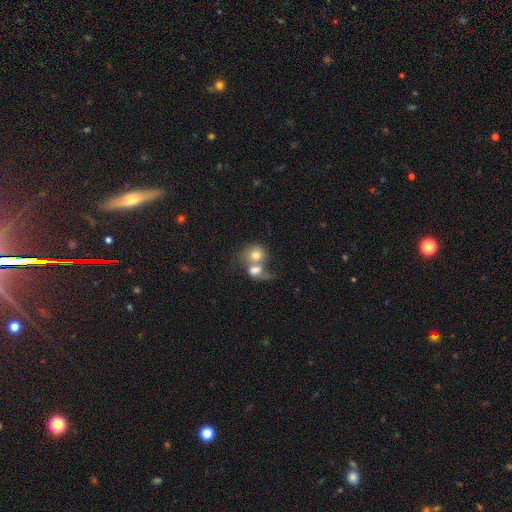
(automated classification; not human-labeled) smooth 70%, featured or disk 22%, star or artifact 9%. Down the decision tree: how rounded — round (63%); merging — merger (74%).